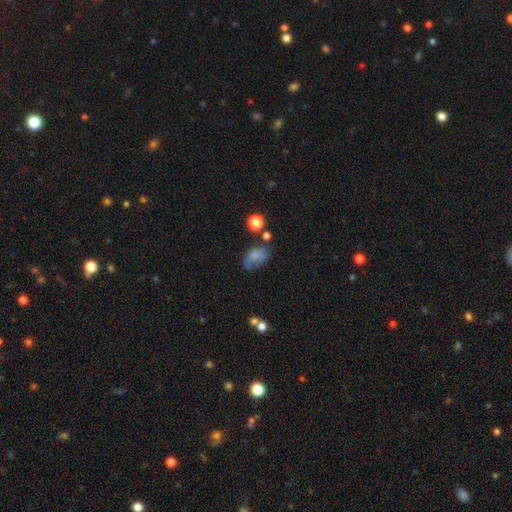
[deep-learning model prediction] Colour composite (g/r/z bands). It shows a smooth galaxy with no disk features (73%) that is in between round and cigar-shaped (86%). Merging: none (43%).